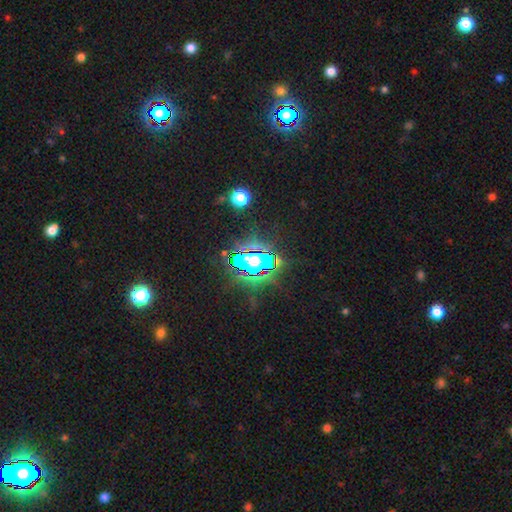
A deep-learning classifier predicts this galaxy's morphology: Smooth or featured: star or artifact — 64% (smooth — 21%)